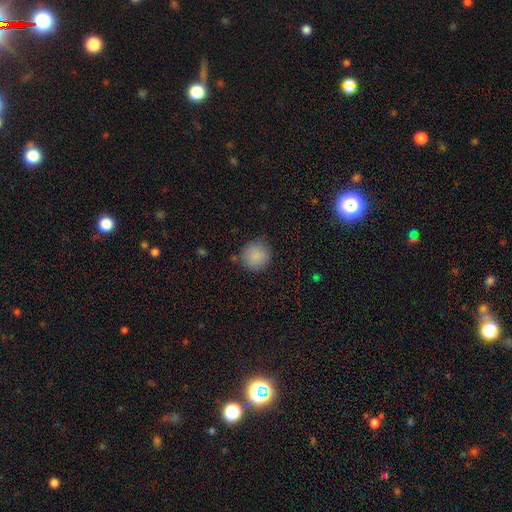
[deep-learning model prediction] smooth-or-featured: smooth: 88% | star or artifact: 8% | featured or disk: 4%
  how-rounded: round: 92% | in between: 7% | cigar-shaped: 1%
  merging: none: 82% | minor disturbance: 13% | major disturbance: 3% | merger: 2%